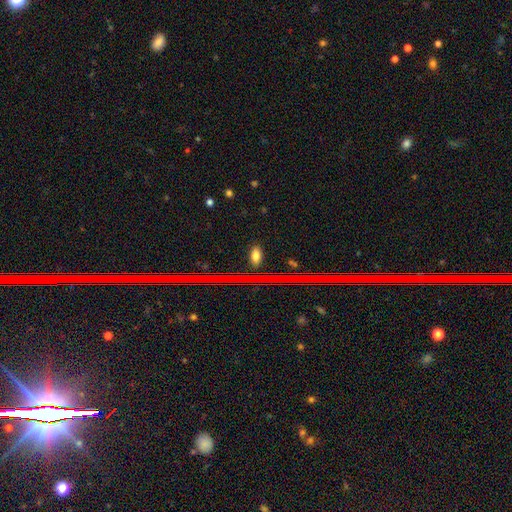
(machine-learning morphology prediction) Smooth or featured? Predicted: smooth (p=0.72). How rounded? Predicted: in between (p=0.85). Merging? Predicted: none (p=0.87).